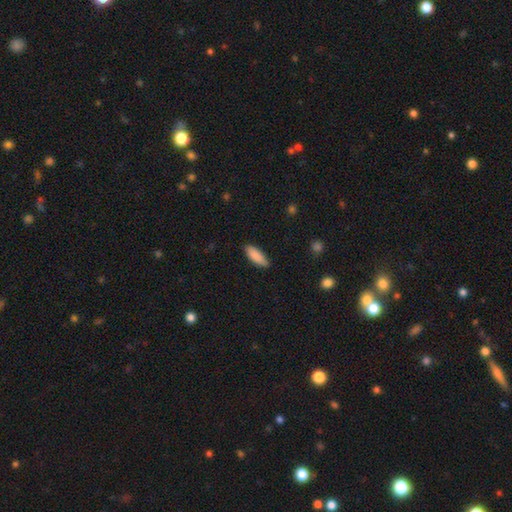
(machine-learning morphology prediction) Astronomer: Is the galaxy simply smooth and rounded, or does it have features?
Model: smooth — 88%.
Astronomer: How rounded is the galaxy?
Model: in between — 60% (runner-up: cigar-shaped, 38%).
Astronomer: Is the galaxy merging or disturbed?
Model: none — 85%.